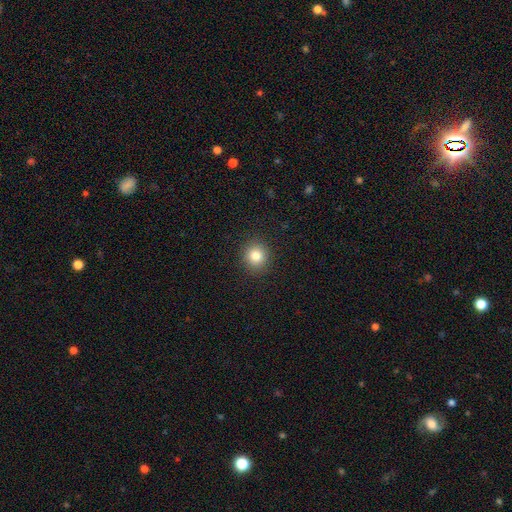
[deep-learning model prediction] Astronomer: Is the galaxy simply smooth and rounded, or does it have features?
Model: smooth — 82%.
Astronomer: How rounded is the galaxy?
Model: round — 89%.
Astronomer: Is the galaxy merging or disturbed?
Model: none — 91%.